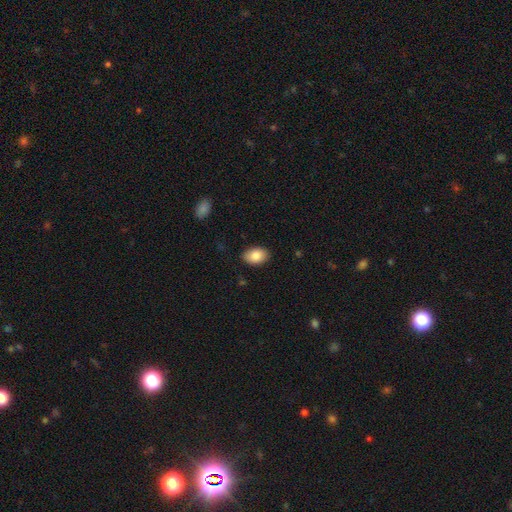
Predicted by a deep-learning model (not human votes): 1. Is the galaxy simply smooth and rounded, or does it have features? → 86% smooth, 7% featured or disk, 7% star or artifact.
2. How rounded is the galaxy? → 88% in between, 11% round, 1% cigar-shaped.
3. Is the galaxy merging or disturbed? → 87% none, 9% minor disturbance, 2% major disturbance, 1% merger.